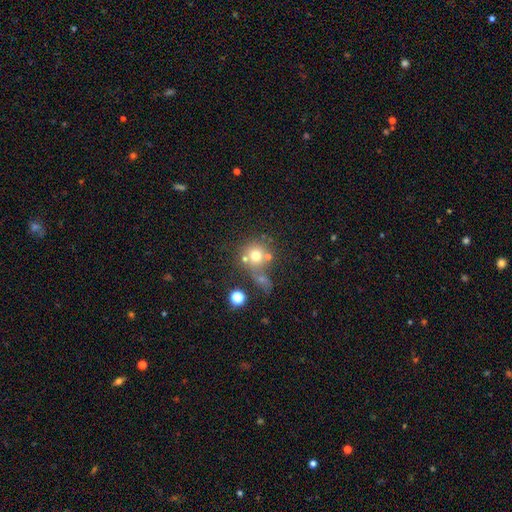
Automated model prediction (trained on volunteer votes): A smooth galaxy with no disk features (68%) that is round (88%). Merging: none (49%).